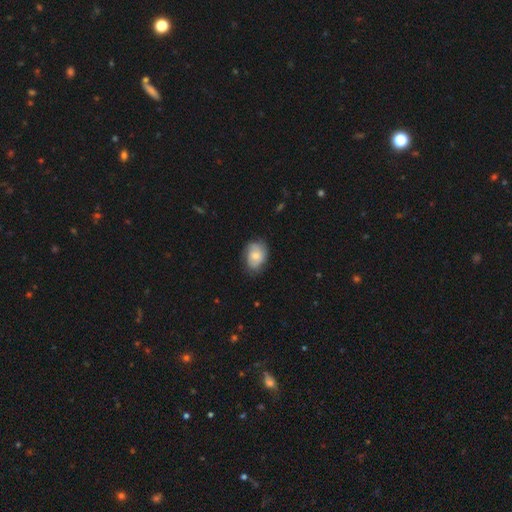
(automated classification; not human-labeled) Smooth or featured?
  - smooth: 64% *
  - featured or disk: 29%
  - star or artifact: 7%
How rounded?
  - in between: 66% *
  - round: 33%
  - cigar-shaped: 1%
Merging?
  - none: 65% *
  - minor disturbance: 26%
  - major disturbance: 7%
  - merger: 1%